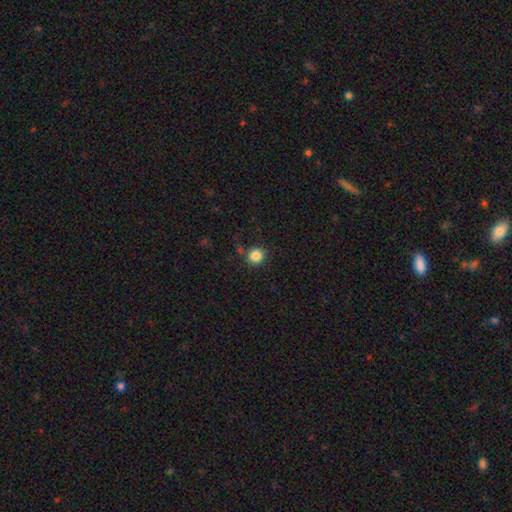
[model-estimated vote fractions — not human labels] This is clearly a smooth galaxy (85%). How rounded: clearly round (90%). Merging: clearly none (85%).